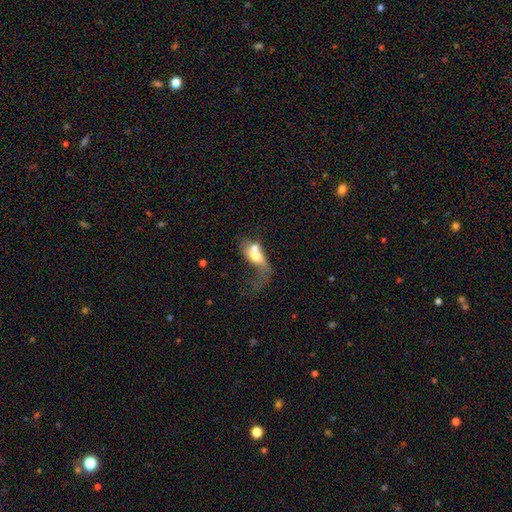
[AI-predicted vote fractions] Smooth or featured: smooth — 51% (featured or disk — 40%)
How rounded: in between — 68% (round — 22%)
Merging: merger — 51% (major disturbance — 26%)